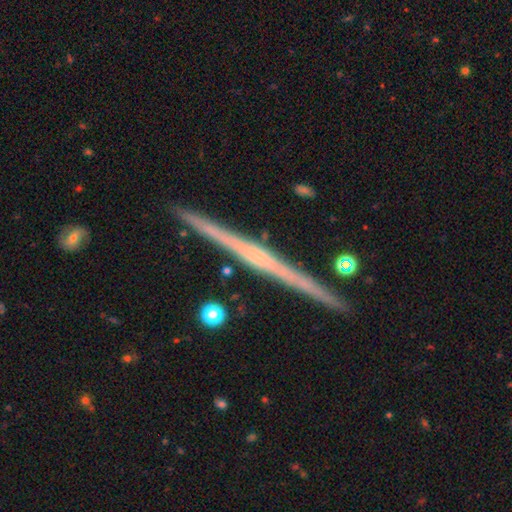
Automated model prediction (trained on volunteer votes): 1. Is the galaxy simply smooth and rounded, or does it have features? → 78% featured or disk, 17% smooth, 5% star or artifact.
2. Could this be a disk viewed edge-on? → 98% yes, 2% no.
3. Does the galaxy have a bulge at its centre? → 57% none, 33% rounded, 10% boxy.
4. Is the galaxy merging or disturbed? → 91% none, 6% minor disturbance, 2% merger, 1% major disturbance.